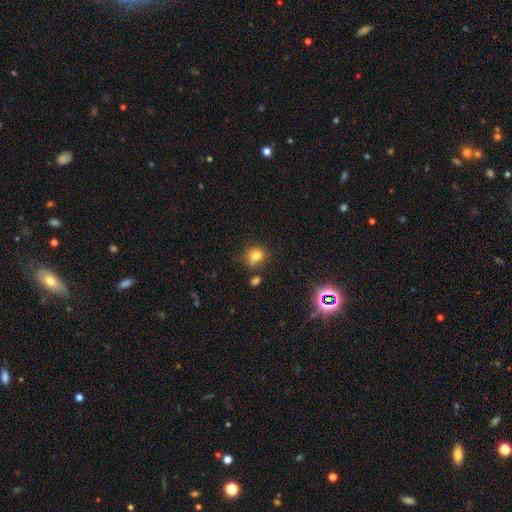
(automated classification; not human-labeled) This appears to be a smooth galaxy with no disk features (79%) that is round (62%). Merging: none (68%).